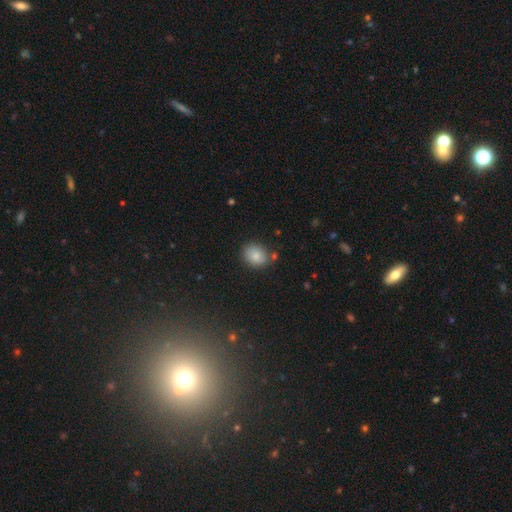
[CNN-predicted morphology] This is clearly a smooth galaxy (83%). How rounded: possibly round (54%). Merging: likely none (77%).